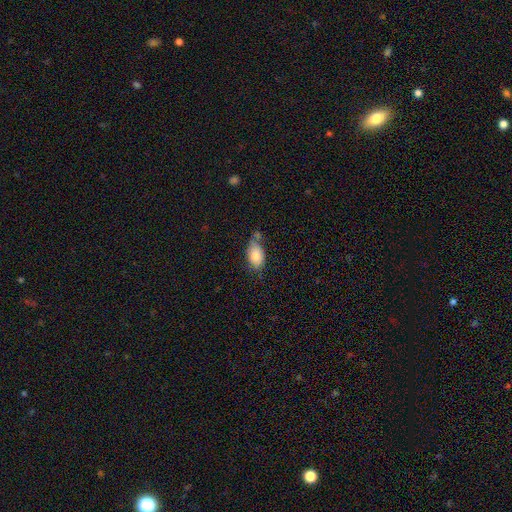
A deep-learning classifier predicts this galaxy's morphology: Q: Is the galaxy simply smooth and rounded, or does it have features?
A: smooth — 83%.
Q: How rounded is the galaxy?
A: in between — 91%.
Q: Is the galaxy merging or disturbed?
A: none — 52%.